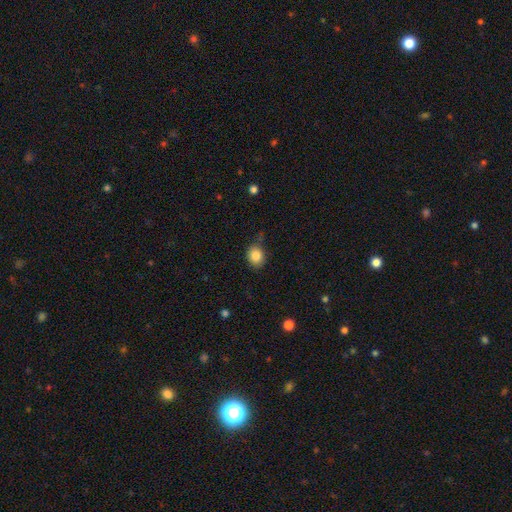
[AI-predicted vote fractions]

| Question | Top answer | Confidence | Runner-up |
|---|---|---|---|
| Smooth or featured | smooth | 85% | star or artifact (9%) |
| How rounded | round | 56% | in between (43%) |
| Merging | none | 75% | minor disturbance (18%) |